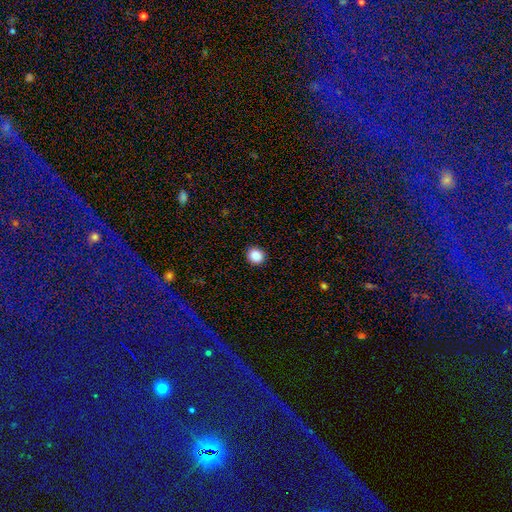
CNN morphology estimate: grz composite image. It shows a smooth galaxy with no disk features (89%) that is round (84%). Merging: none (92%).